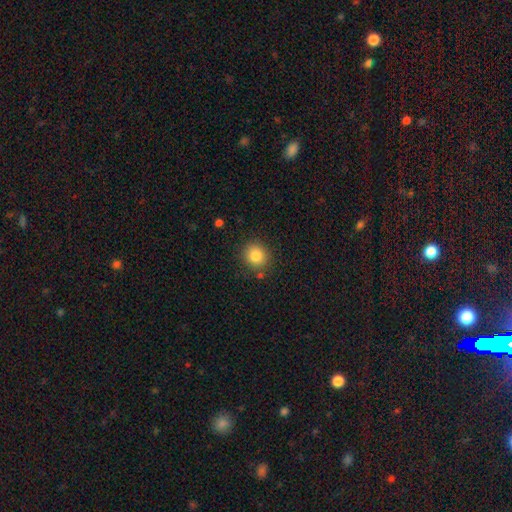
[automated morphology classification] This is clearly a smooth galaxy (83%). How rounded: clearly round (88%). Merging: clearly none (86%).